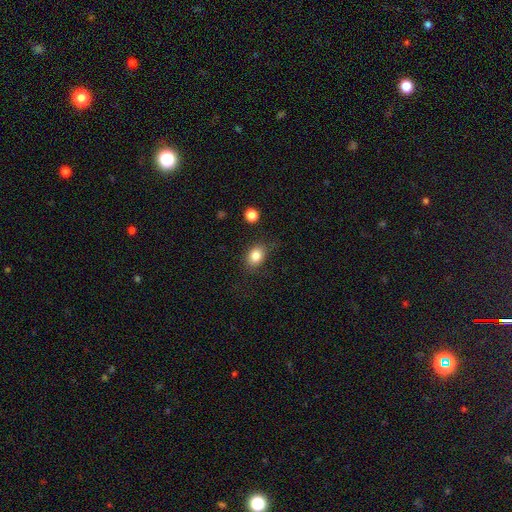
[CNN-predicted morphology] smooth 84%, star or artifact 10%, featured or disk 7%. Down the decision tree: how rounded — in between (66%); merging — none (80%).